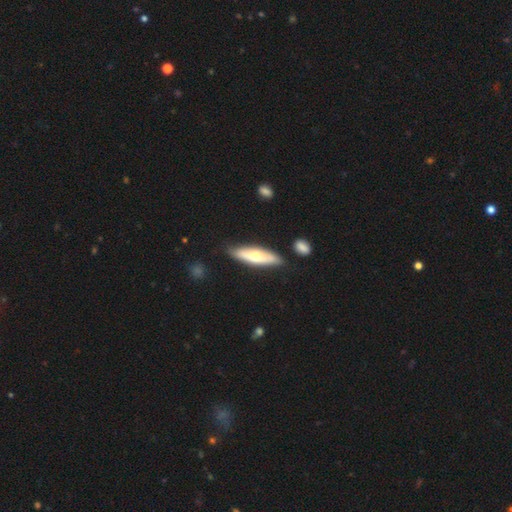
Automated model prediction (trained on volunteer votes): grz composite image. It shows a smooth galaxy with no disk features (53%) that is cigar-shaped (58%). Merging: none (80%).